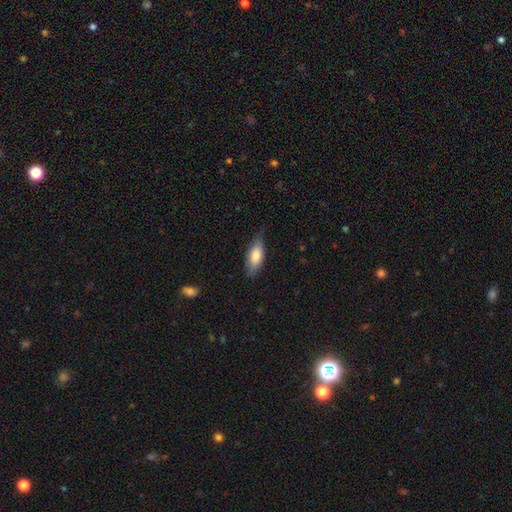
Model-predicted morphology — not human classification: smooth 76%, featured or disk 18%, star or artifact 6%. Down the decision tree: how rounded — in between (78%); merging — none (73%).